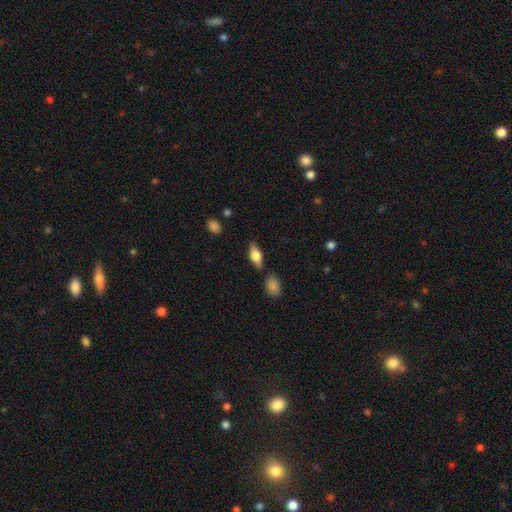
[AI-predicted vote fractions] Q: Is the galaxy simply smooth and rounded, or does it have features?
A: smooth — 49%.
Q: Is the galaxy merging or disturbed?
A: none — 82%.